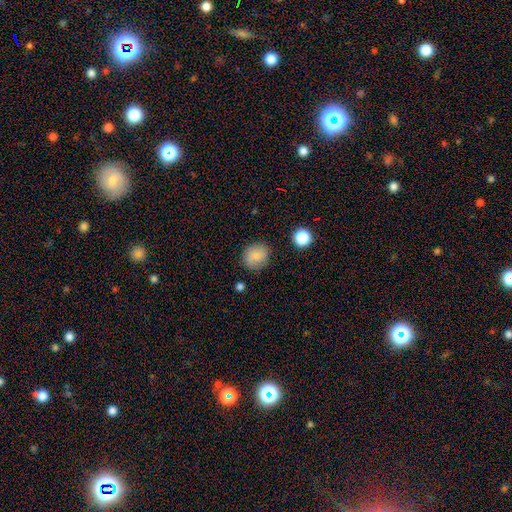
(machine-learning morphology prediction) smooth-or-featured: smooth: 83% | star or artifact: 9% | featured or disk: 8%
  how-rounded: round: 80% | in between: 19% | cigar-shaped: 1%
  merging: none: 84% | minor disturbance: 11% | major disturbance: 3% | merger: 2%